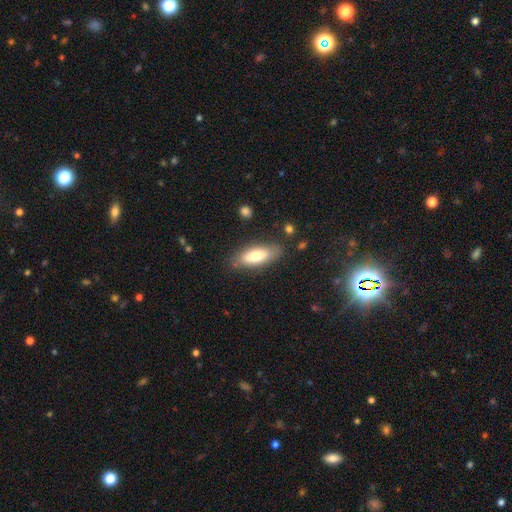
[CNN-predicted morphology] This appears to be a smooth galaxy with no disk features (72%) that is in between round and cigar-shaped (73%). Merging: none (79%).